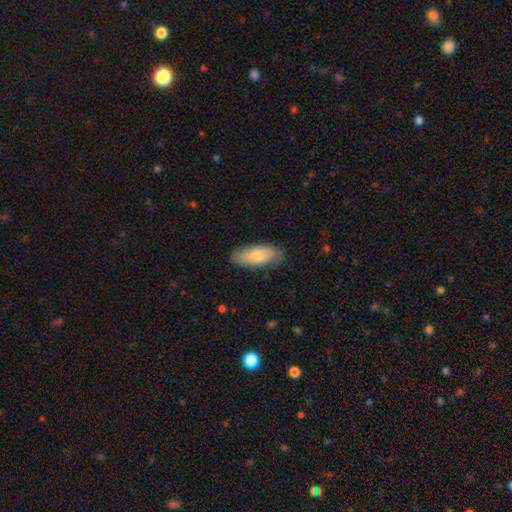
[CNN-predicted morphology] smooth-or-featured: smooth: 71% | featured or disk: 23% | star or artifact: 6%
  how-rounded: in between: 81% | cigar-shaped: 17% | round: 2%
  merging: none: 83% | minor disturbance: 14% | major disturbance: 3% | merger: 1%